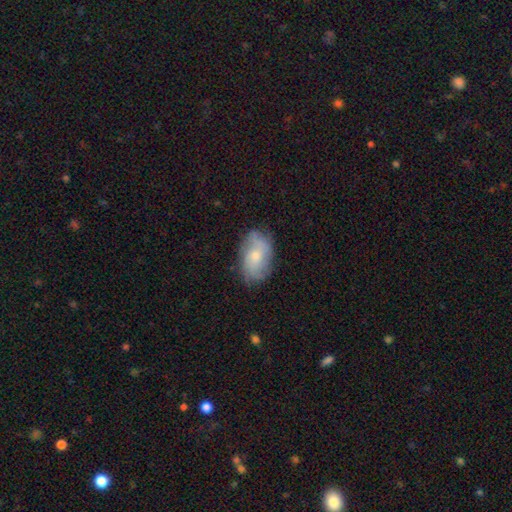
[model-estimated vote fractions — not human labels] smooth-or-featured: smooth: 47% | featured or disk: 46% | star or artifact: 7%
  merging: none: 68% | minor disturbance: 23% | major disturbance: 7% | merger: 2%